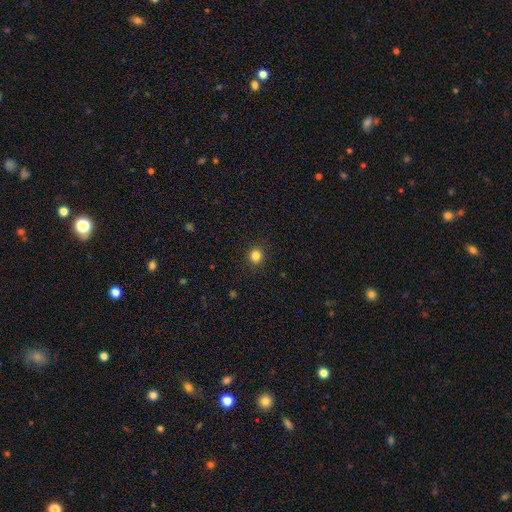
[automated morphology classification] A smooth galaxy with no disk features (84%) that is round (89%). Merging: none (90%).